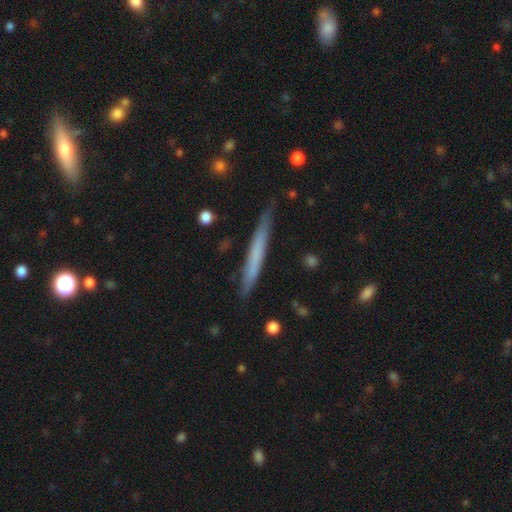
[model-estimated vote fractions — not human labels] This is possibly a smooth galaxy (57%). How rounded: clearly cigar-shaped (96%). Merging: clearly none (84%).